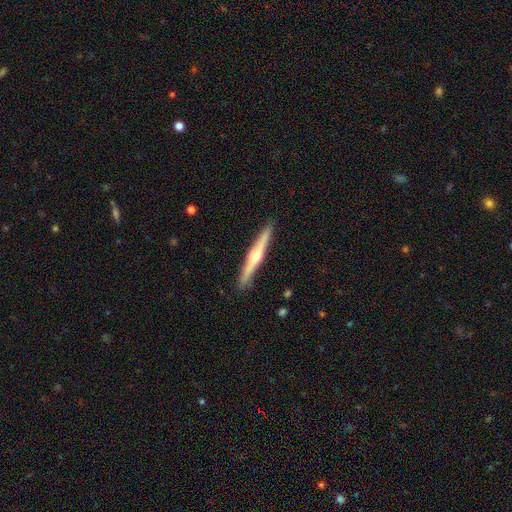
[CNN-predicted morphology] smooth_or_featured: featured or disk (p=0.69) [alt: smooth p=0.26]
disk_edge_on: yes (p=0.98) [alt: no p=0.02]
edge_on_bulge: rounded (p=0.87) [alt: none p=0.08]
merging: none (p=0.91) [alt: minor disturbance p=0.06]